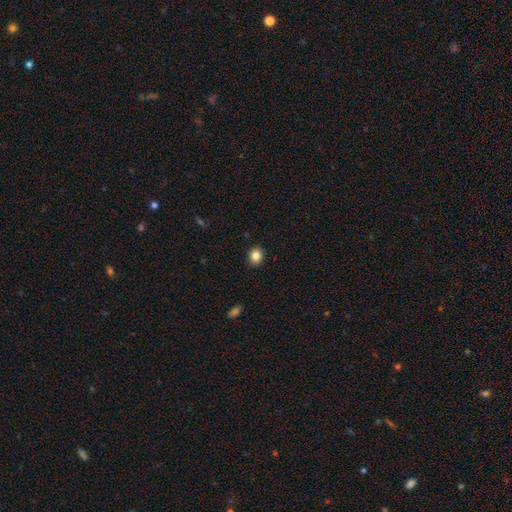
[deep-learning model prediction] Smooth or featured?
  - smooth: 84% *
  - star or artifact: 10%
  - featured or disk: 6%
How rounded?
  - round: 64% *
  - in between: 35%
  - cigar-shaped: 1%
Merging?
  - none: 90% *
  - minor disturbance: 7%
  - major disturbance: 2%
  - merger: 1%